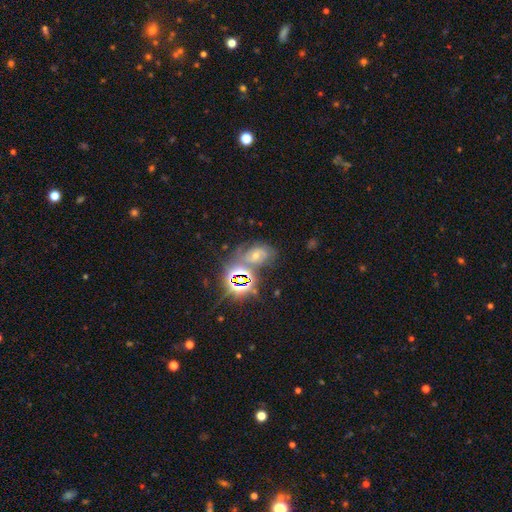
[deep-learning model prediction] Q: Smooth or featured?
A: star or artifact (51%); runner-up: featured or disk (33%)